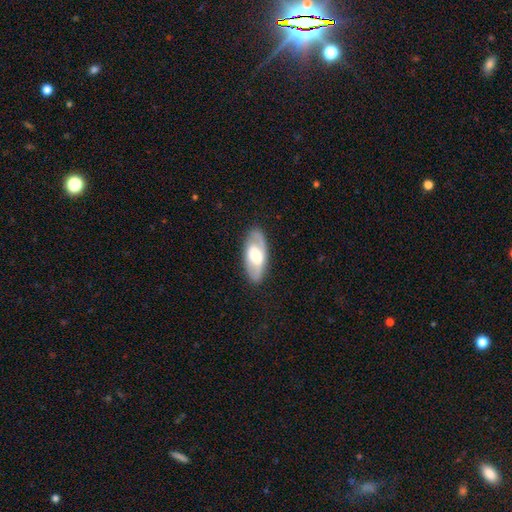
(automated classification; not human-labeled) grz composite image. It shows a featured or disk galaxy (61%) with a weak bar (41%), spiral arms (66%) and a moderate central bulge (54%). Merging: none (84%).